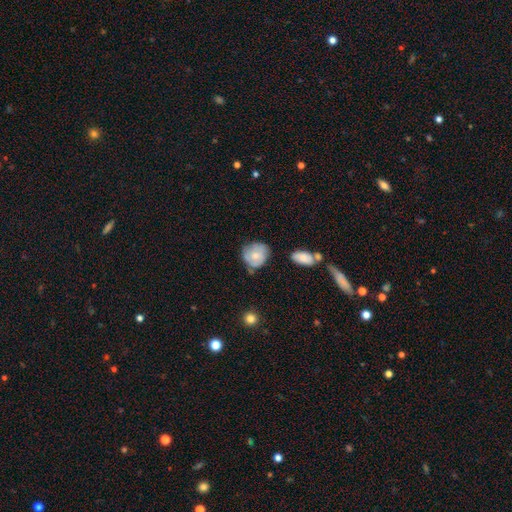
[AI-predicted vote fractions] A smooth galaxy with no disk features (60%) that is round (74%).

Vote fractions:
- Smooth or featured? smooth: 60% / featured or disk: 33% / star or artifact: 7%
- How rounded? round: 74% / in between: 25% / cigar-shaped: 1%
- Merging? none: 55% / minor disturbance: 32% / major disturbance: 9% / merger: 5%